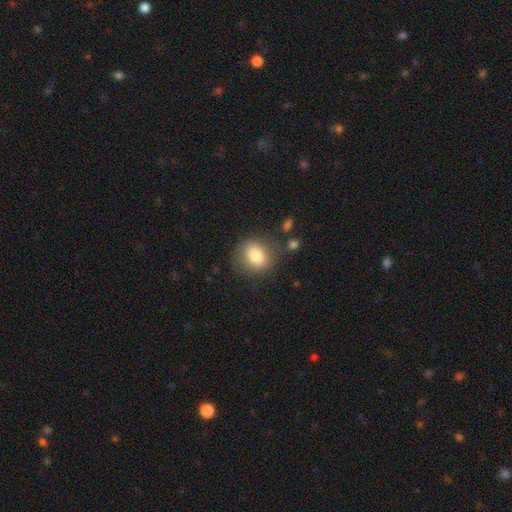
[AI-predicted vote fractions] Q: Smooth or featured?
A: smooth (79%); runner-up: featured or disk (13%)
Q: How rounded?
A: round (69%); runner-up: in between (30%)
Q: Merging?
A: none (71%); runner-up: minor disturbance (17%)